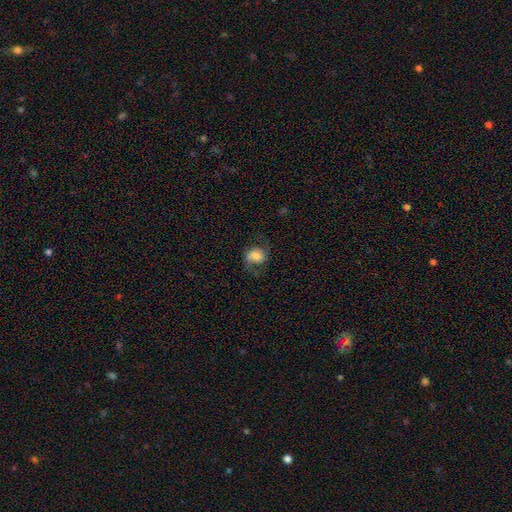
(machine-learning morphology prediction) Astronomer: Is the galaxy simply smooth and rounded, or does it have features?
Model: featured or disk — 54% (runner-up: smooth, 37%).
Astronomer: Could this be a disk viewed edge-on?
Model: no — 97%.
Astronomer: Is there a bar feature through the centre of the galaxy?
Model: no — 61%.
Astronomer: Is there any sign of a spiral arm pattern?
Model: yes — 90%.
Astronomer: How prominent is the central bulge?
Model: moderate — 47% (runner-up: small, 27%).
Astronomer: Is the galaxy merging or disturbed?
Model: none — 64%.